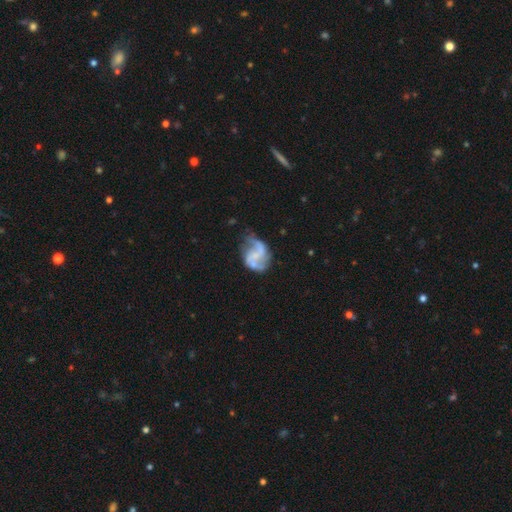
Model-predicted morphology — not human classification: Overall: featured or disk (79%). Edge-on disk: no (98%). Bar: no (48%; weak 39%). Spiral arms: yes (88%). Spiral arm count: 2 (77%). Spiral winding: loose (57%; medium 34%). Bulge size: none (52%; small 31%). Merging: none (49%; minor disturbance 24%).